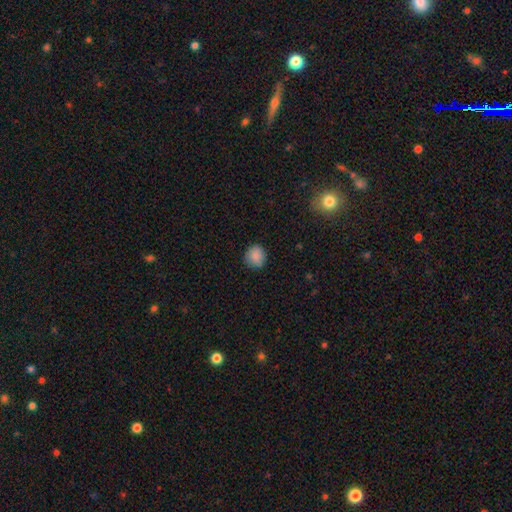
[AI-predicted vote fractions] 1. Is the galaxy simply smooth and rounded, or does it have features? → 87% smooth, 9% star or artifact, 5% featured or disk.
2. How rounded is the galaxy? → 85% round, 14% in between, 1% cigar-shaped.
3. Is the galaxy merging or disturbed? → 85% none, 12% minor disturbance, 2% major disturbance, 1% merger.